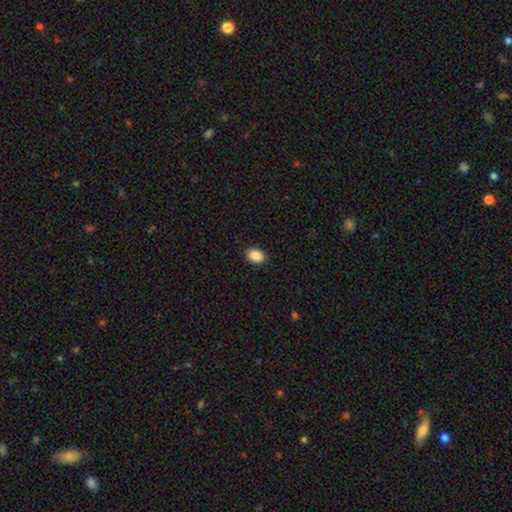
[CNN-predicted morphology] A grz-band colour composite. It shows a smooth galaxy with no disk features (89%) that is in between round and cigar-shaped (71%). Merging: none (90%).